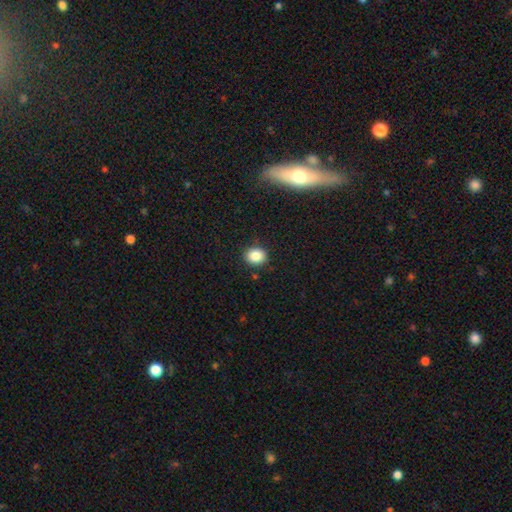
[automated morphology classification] A smooth galaxy with no disk features (85%) that is round (68%). Merging: none (88%).